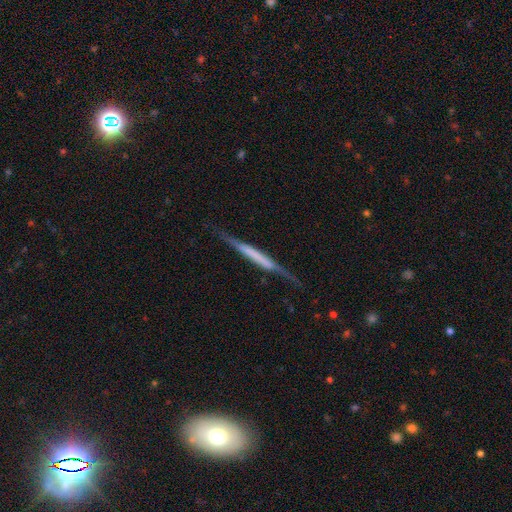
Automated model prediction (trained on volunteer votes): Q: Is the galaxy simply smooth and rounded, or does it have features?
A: featured or disk — 64%.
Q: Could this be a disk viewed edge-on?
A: yes — 93%.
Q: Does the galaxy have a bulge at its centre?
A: none — 65%.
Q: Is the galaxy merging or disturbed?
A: none — 68%.